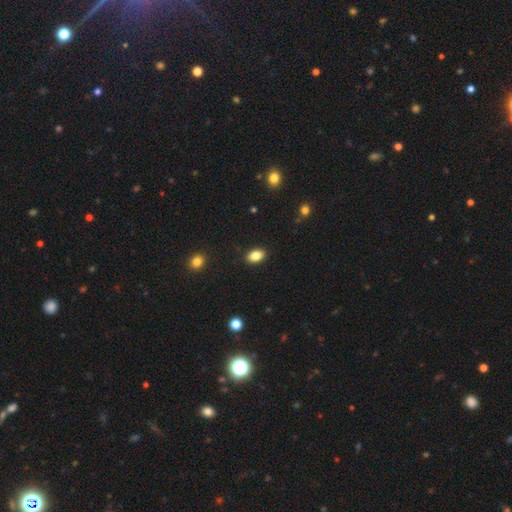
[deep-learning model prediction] This appears to be a smooth galaxy with no disk features (85%) that is in between round and cigar-shaped (87%). Merging: none (89%).